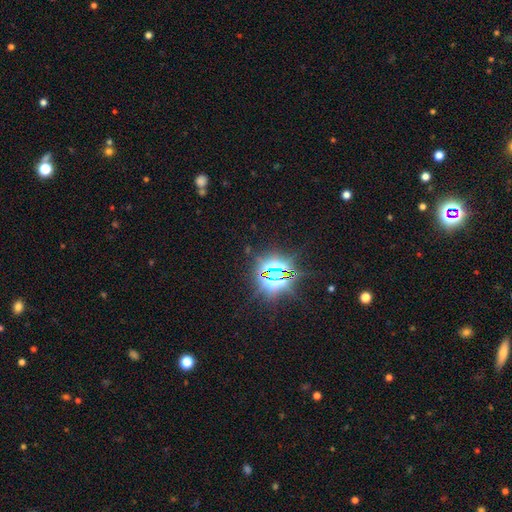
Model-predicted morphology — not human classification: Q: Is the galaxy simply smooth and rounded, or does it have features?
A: star or artifact — 85%.